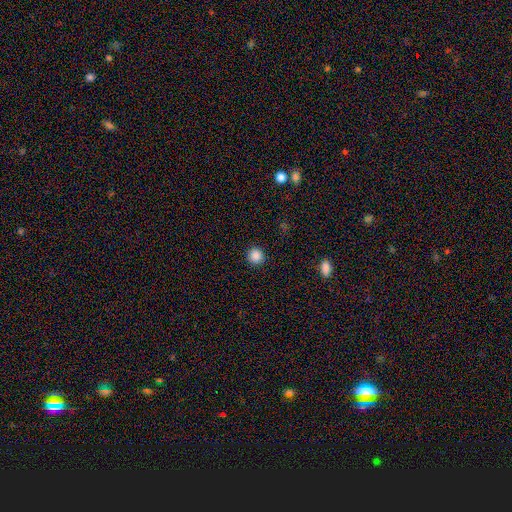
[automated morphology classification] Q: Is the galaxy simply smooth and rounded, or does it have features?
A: smooth — 87%.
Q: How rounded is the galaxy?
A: round — 94%.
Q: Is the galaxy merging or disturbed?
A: none — 92%.